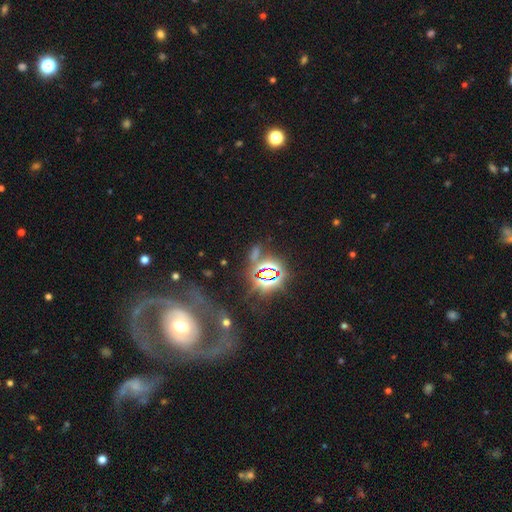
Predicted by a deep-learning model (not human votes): Smooth or featured? Predicted: star or artifact (p=0.56).